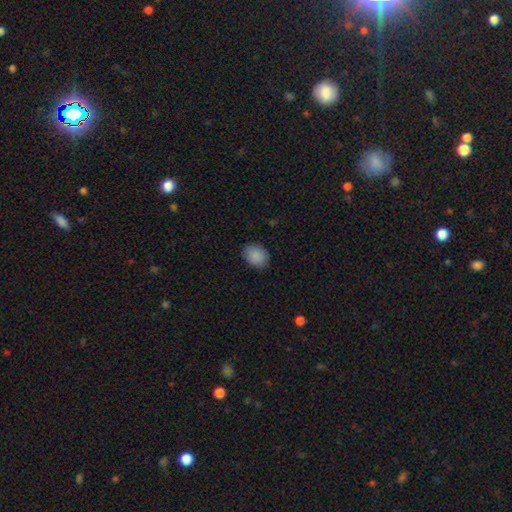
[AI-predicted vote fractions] smooth-or-featured: smooth: 89% | star or artifact: 8% | featured or disk: 4%
  how-rounded: in between: 50% | round: 49% | cigar-shaped: 1%
  merging: none: 87% | minor disturbance: 10% | major disturbance: 2% | merger: 1%